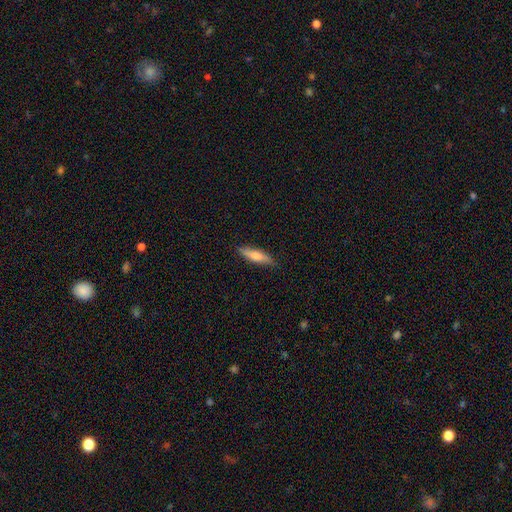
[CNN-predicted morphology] This is possibly a smooth galaxy (55%). How rounded: likely cigar-shaped (74%). Merging: clearly none (87%).